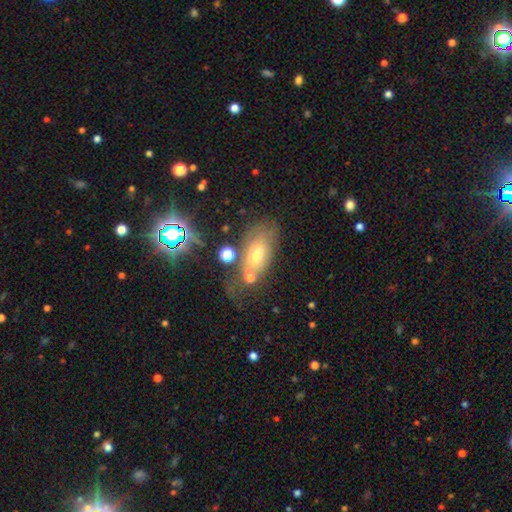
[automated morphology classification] This appears to be a smooth galaxy with no disk features (52%) that is in between round and cigar-shaped (85%). Merging: none (55%).